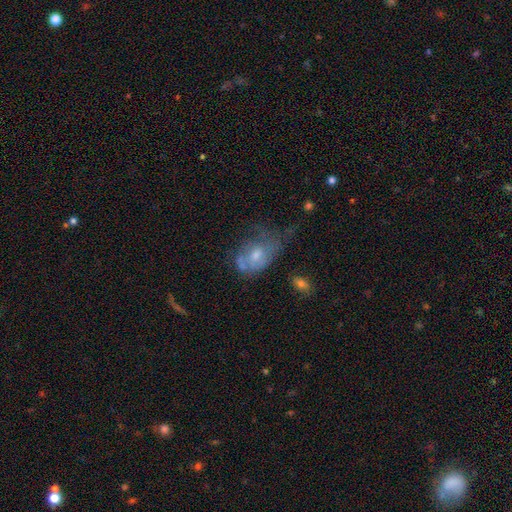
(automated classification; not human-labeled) Overall: featured or disk (50%; smooth 39%). Merging: major disturbance (34%; minor disturbance 29%).